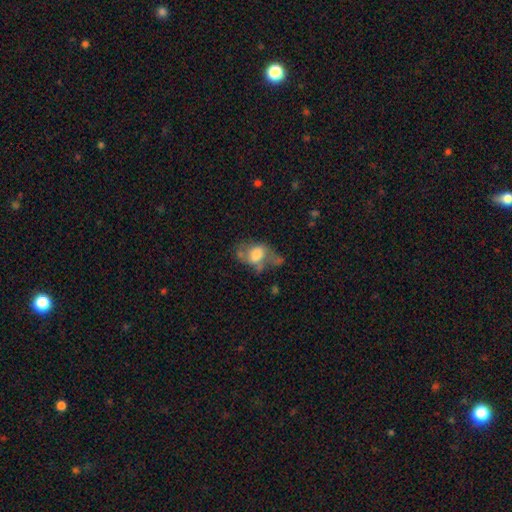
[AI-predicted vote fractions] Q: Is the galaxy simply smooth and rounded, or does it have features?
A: smooth — 56%.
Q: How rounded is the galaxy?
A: in between — 78%.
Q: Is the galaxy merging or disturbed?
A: major disturbance — 31%.